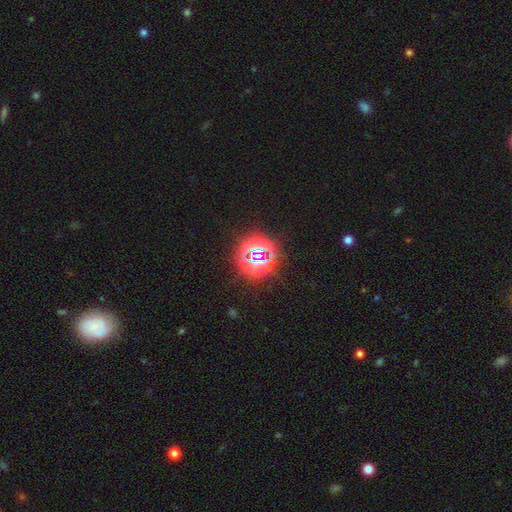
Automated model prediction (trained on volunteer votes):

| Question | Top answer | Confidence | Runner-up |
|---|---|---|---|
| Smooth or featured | star or artifact | 76% | smooth (15%) |